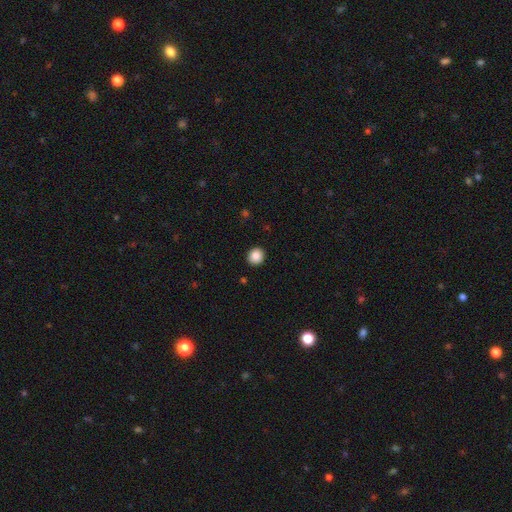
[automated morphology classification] Q: Smooth or featured?
A: smooth (87%); runner-up: star or artifact (9%)
Q: How rounded?
A: round (84%); runner-up: in between (15%)
Q: Merging?
A: none (92%); runner-up: minor disturbance (5%)